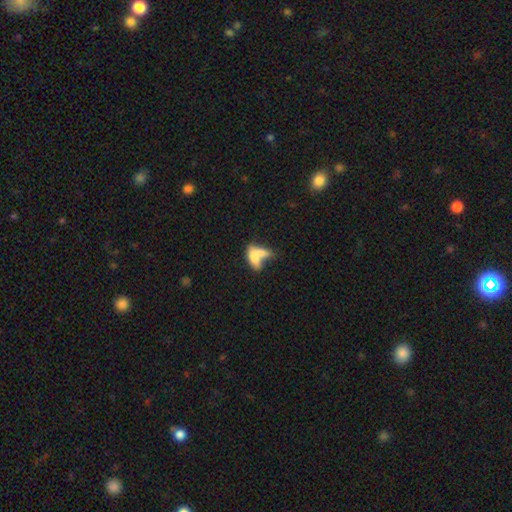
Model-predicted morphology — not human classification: smooth 67%, featured or disk 23%, star or artifact 10%. Down the decision tree: how rounded — in between (75%); merging — merger (55%).